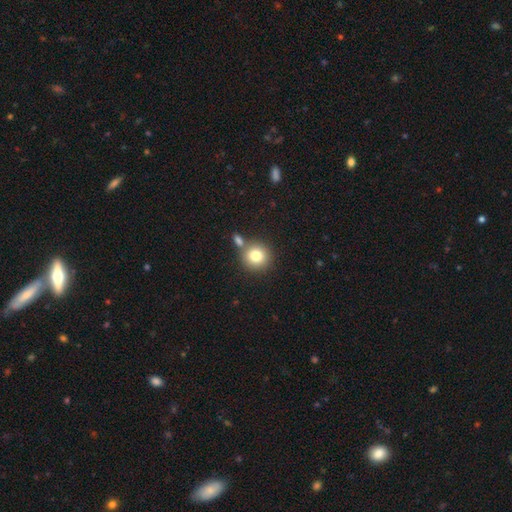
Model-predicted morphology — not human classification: Smooth or featured? Predicted: smooth (p=0.80). How rounded? Predicted: round (p=0.92). Merging? Predicted: none (p=0.68).